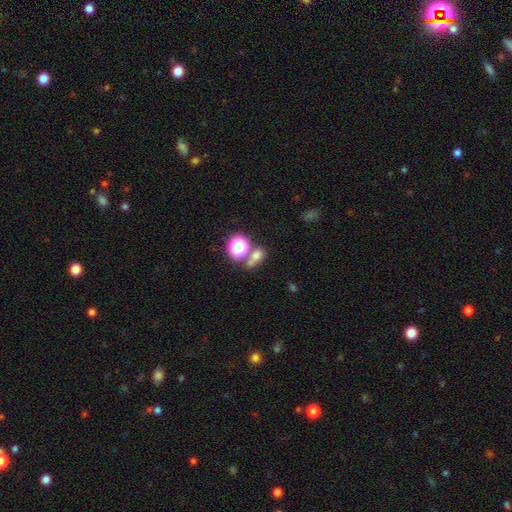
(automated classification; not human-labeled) Q: Smooth or featured?
A: smooth (66%); runner-up: star or artifact (24%)
Q: How rounded?
A: round (52%); runner-up: in between (46%)
Q: Merging?
A: none (51%); runner-up: merger (33%)